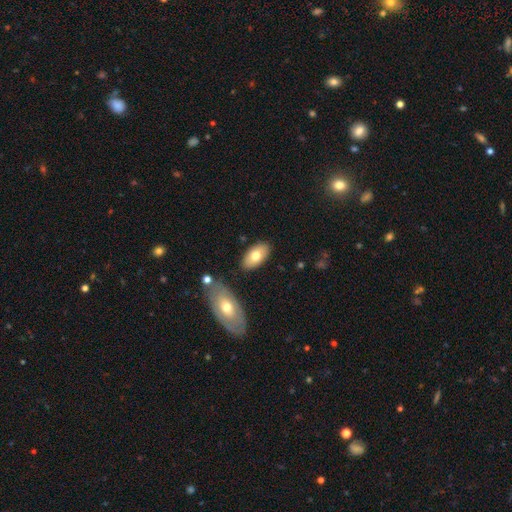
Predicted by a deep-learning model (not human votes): Morphology: type=smooth (72%); roundness=in between (94%); merging=none (82%).